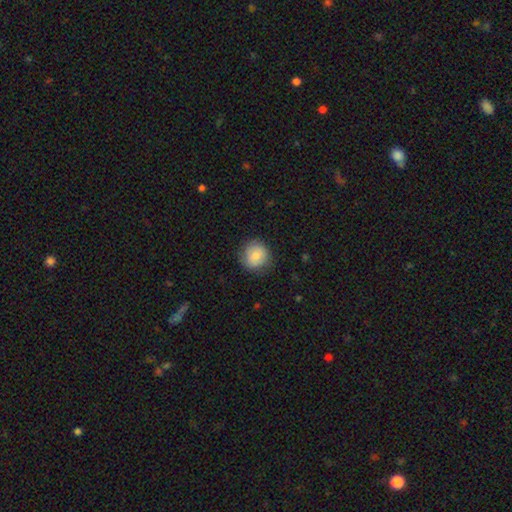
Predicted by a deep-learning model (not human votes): Smooth or featured?
  - smooth: 84% *
  - featured or disk: 9%
  - star or artifact: 8%
How rounded?
  - round: 90% *
  - in between: 9%
  - cigar-shaped: 1%
Merging?
  - none: 82% *
  - minor disturbance: 14%
  - major disturbance: 3%
  - merger: 1%